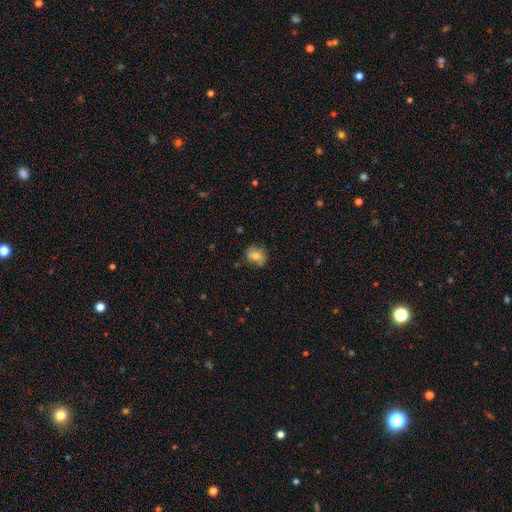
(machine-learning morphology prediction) The model was most divided on "how rounded": in between: 56%, round: 42%, cigar-shaped: 1%. More confident: smooth or featured — smooth (68%); merging — none (65%).